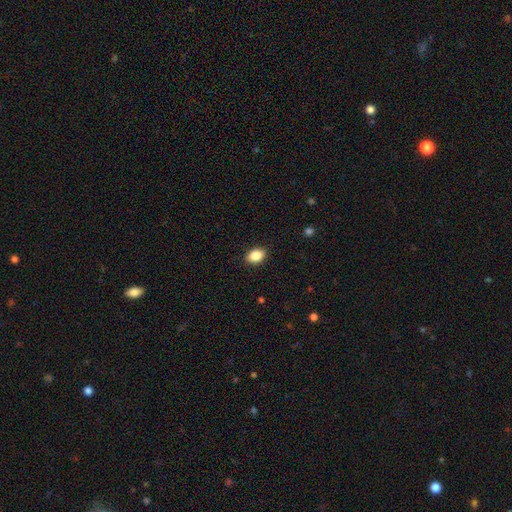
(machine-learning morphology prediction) A smooth galaxy with no disk features (87%) that is in between round and cigar-shaped (83%). Merging: none (89%).